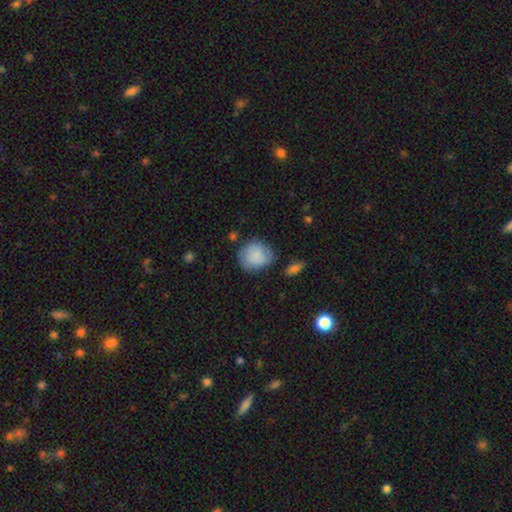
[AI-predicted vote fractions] Smooth or featured: smooth — 80% (featured or disk — 13%)
How rounded: round — 77% (in between — 22%)
Merging: none — 69% (minor disturbance — 21%)